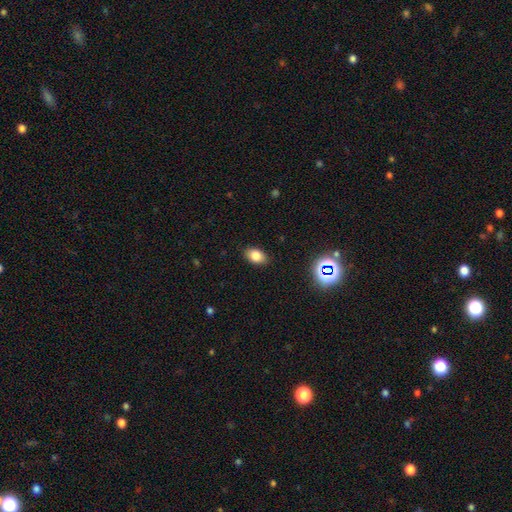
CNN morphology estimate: type=smooth (81%); roundness=in between (85%); merging=none (87%).